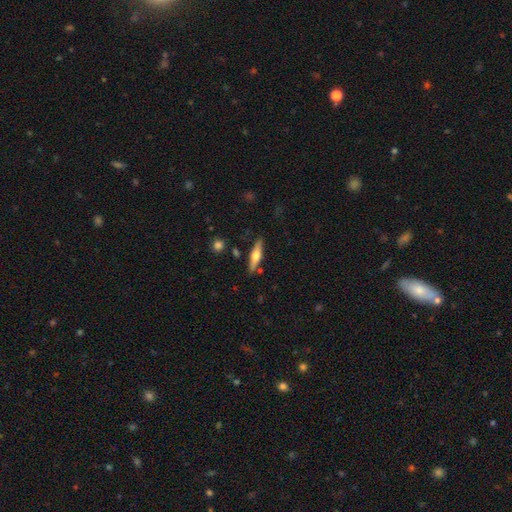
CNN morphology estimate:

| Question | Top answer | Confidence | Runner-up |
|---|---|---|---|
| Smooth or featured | featured or disk | 53% | smooth (41%) |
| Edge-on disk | yes | 94% | no (6%) |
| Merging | none | 85% | minor disturbance (10%) |